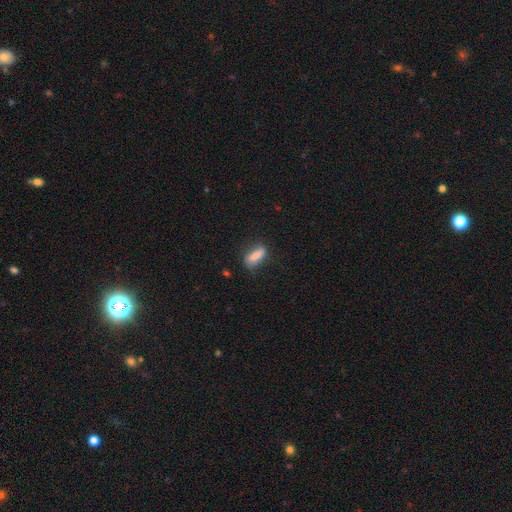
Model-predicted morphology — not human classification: Q: Smooth or featured?
A: smooth (78%); runner-up: featured or disk (14%)
Q: How rounded?
A: in between (57%); runner-up: cigar-shaped (39%)
Q: Merging?
A: none (66%); runner-up: minor disturbance (23%)